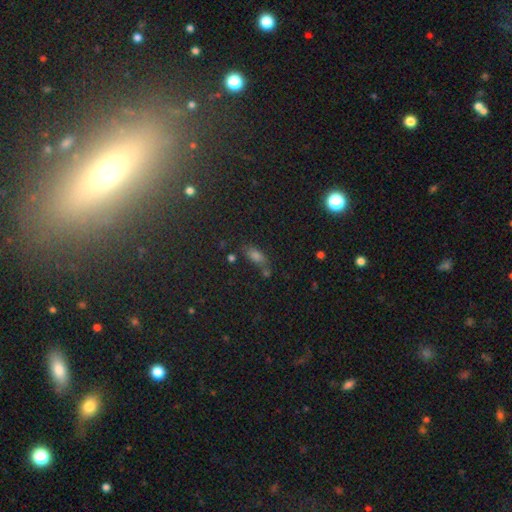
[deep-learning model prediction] Overall: smooth (64%). How rounded: in between (77%). Merging: none (58%; minor disturbance 18%).